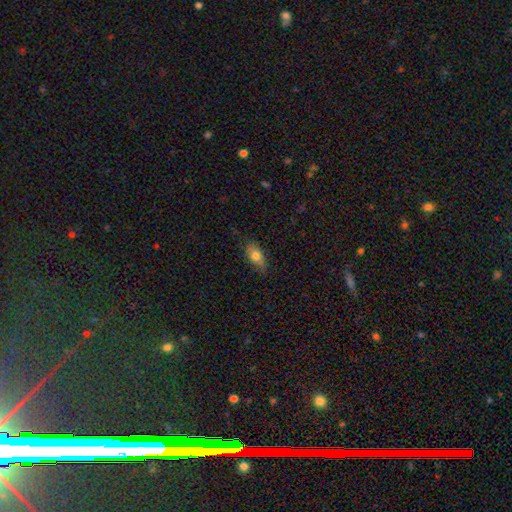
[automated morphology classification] Smooth or featured: smooth — 73% (featured or disk — 20%)
How rounded: in between — 84% (cigar-shaped — 11%)
Merging: none — 72% (minor disturbance — 22%)